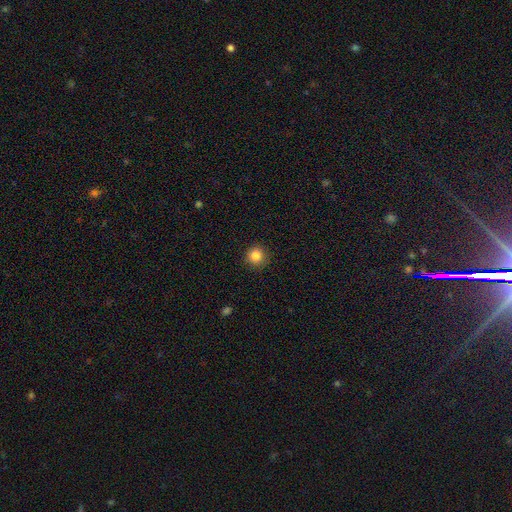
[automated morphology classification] Overall: smooth (85%). How rounded: round (94%). Merging: none (91%).